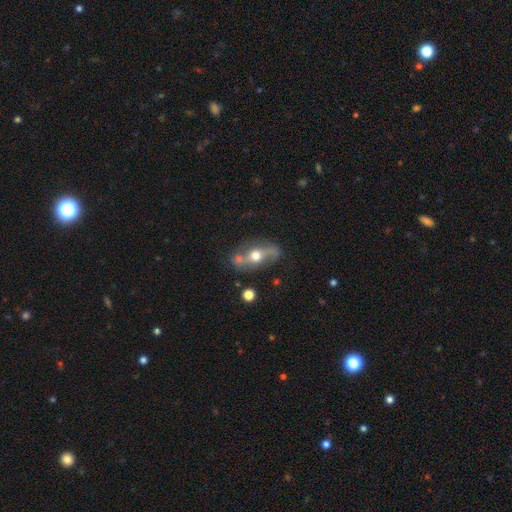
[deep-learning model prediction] Q: Smooth or featured?
A: featured or disk (60%); runner-up: smooth (31%)
Q: Edge-on disk?
A: no (64%); runner-up: yes (36%)
Q: Merging?
A: none (62%); runner-up: minor disturbance (18%)